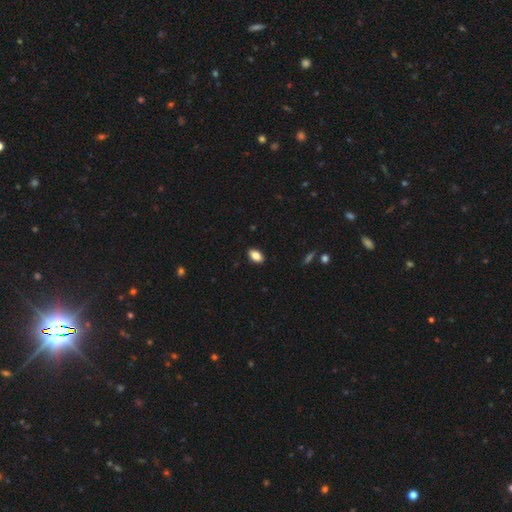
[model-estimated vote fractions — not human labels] A smooth galaxy with no disk features (84%) that is in between round and cigar-shaped (90%).

Vote fractions:
- Smooth or featured? smooth: 84% / star or artifact: 8% / featured or disk: 8%
- How rounded? in between: 90% / round: 7% / cigar-shaped: 3%
- Merging? none: 89% / minor disturbance: 8% / major disturbance: 2% / merger: 1%